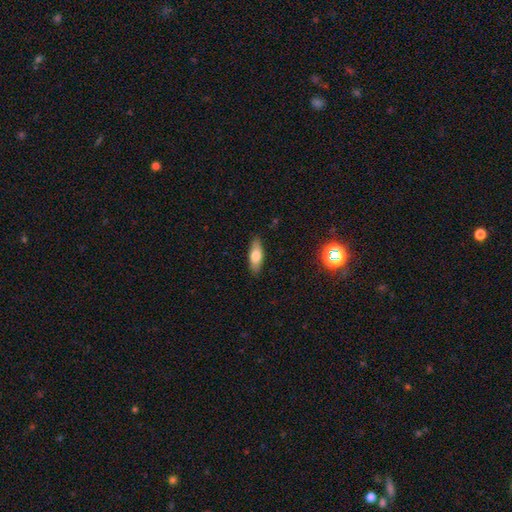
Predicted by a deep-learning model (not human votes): A smooth galaxy with no disk features (70%) that is in between round and cigar-shaped (66%).

Vote fractions:
- Smooth or featured? smooth: 70% / featured or disk: 22% / star or artifact: 8%
- How rounded? in between: 66% / cigar-shaped: 32% / round: 3%
- Merging? none: 87% / minor disturbance: 10% / major disturbance: 2% / merger: 1%